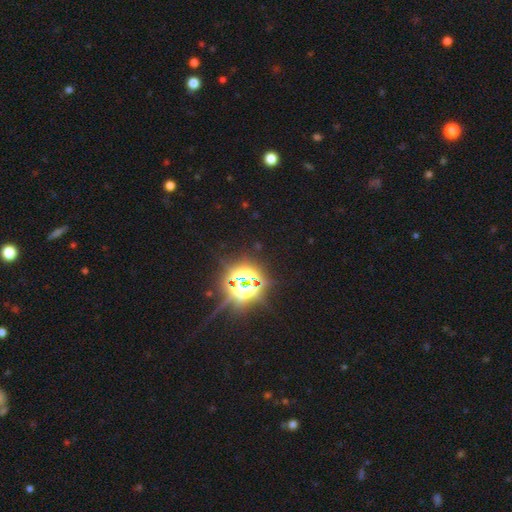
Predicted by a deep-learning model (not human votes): A star or artifact, not a galaxy (83%).

Vote fractions:
- Smooth or featured? star or artifact: 83% / smooth: 10% / featured or disk: 7%